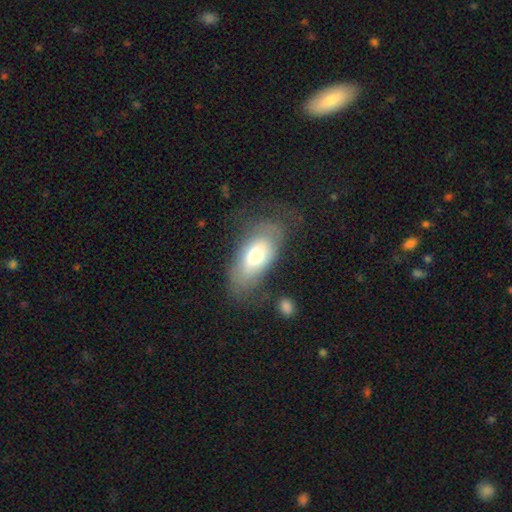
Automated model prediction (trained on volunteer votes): Smooth or featured: smooth — 61% (featured or disk — 30%)
How rounded: in between — 89% (round — 7%)
Merging: none — 58% (minor disturbance — 22%)